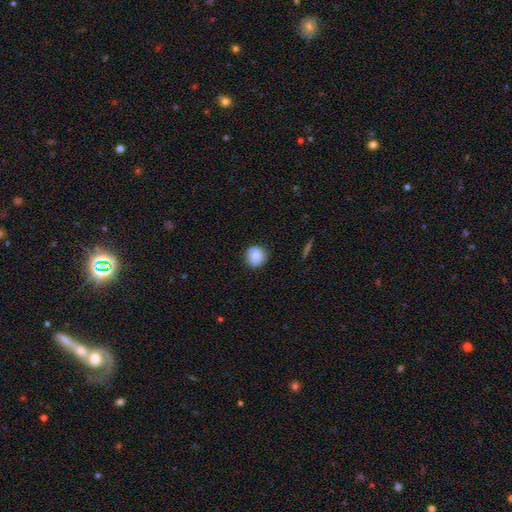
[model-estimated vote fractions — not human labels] Smooth or featured? Predicted: smooth (p=0.69). How rounded? Predicted: round (p=0.86). Merging? Predicted: none (p=0.78).